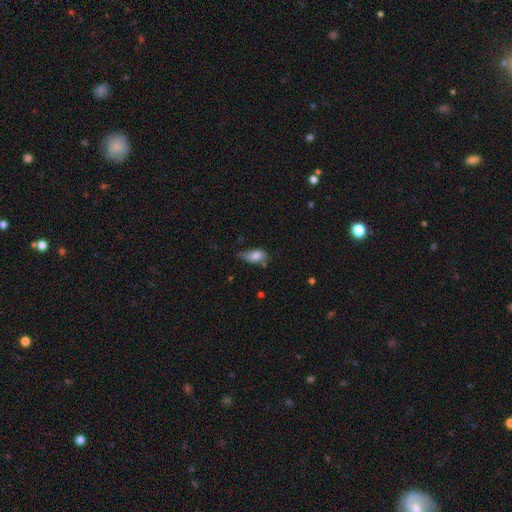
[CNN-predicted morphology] Smooth or featured? Predicted: smooth (p=0.78). How rounded? Predicted: in between (p=0.88). Merging? Predicted: minor disturbance (p=0.43).